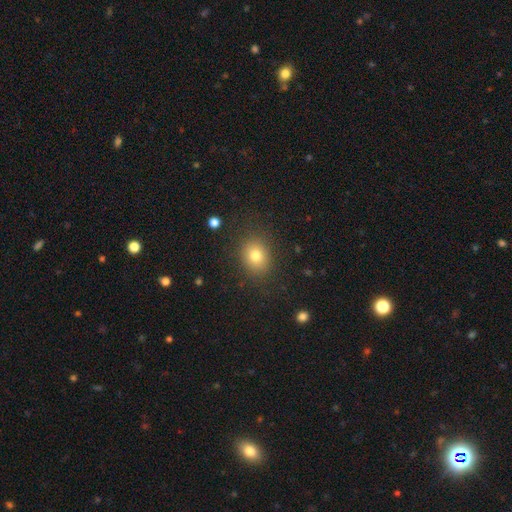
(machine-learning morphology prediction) A smooth galaxy with no disk features (78%) that is round (58%). Merging: none (84%).